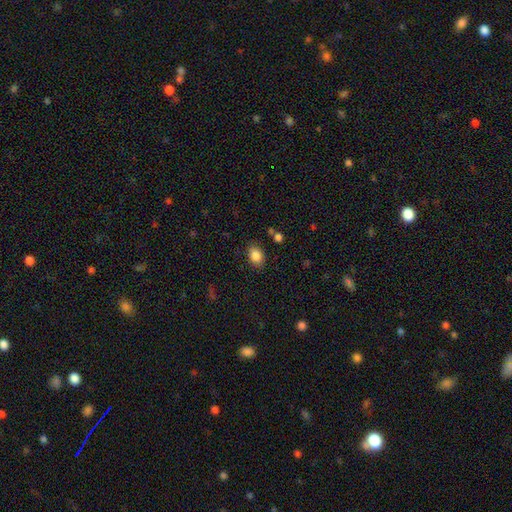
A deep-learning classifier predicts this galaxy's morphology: Q: Smooth or featured?
A: smooth (86%); runner-up: star or artifact (9%)
Q: How rounded?
A: in between (79%); runner-up: round (20%)
Q: Merging?
A: none (84%); runner-up: minor disturbance (11%)